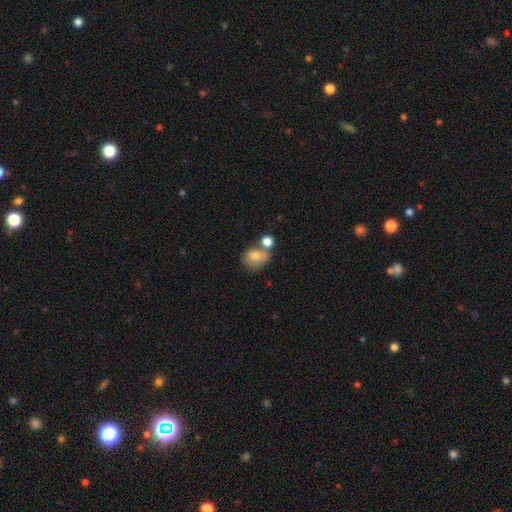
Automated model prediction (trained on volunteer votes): Smooth or featured: smooth — 75% (featured or disk — 15%)
How rounded: round — 59% (in between — 39%)
Merging: merger — 40% (none — 39%)